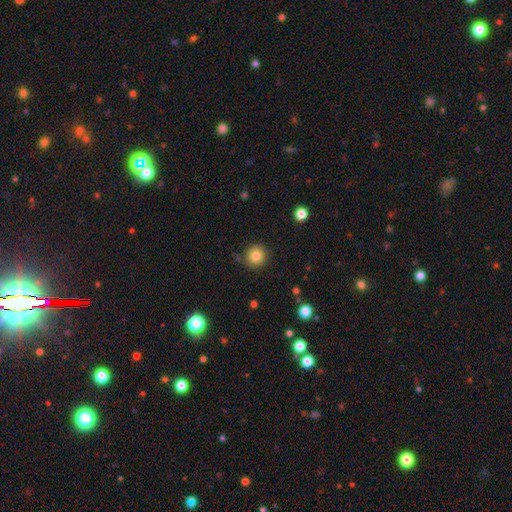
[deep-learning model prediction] smooth-or-featured: smooth: 84% | star or artifact: 11% | featured or disk: 6%
  how-rounded: round: 93% | in between: 6% | cigar-shaped: 1%
  merging: none: 87% | minor disturbance: 8% | major disturbance: 2% | merger: 2%